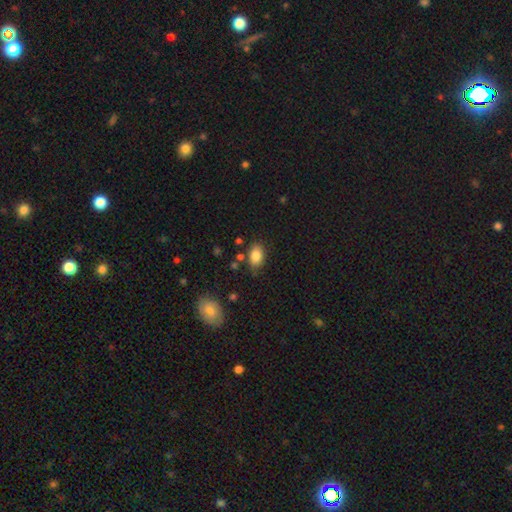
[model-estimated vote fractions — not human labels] A smooth galaxy with no disk features (85%) that is in between round and cigar-shaped (85%). Merging: none (77%).